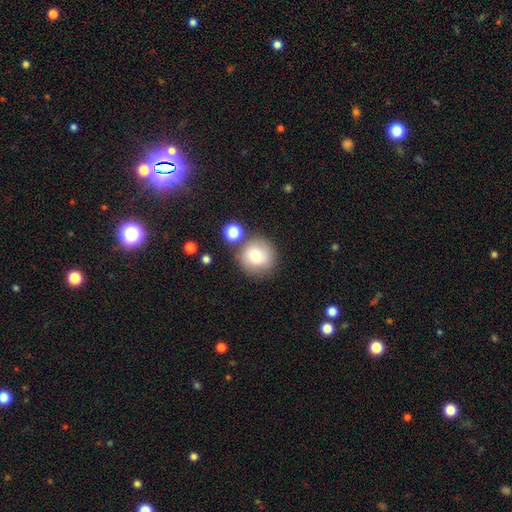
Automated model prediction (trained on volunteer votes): The model was most divided on "merging": none: 72%, minor disturbance: 12%, merger: 12%, major disturbance: 4%. More confident: how rounded — round (93%); smooth or featured — smooth (78%).